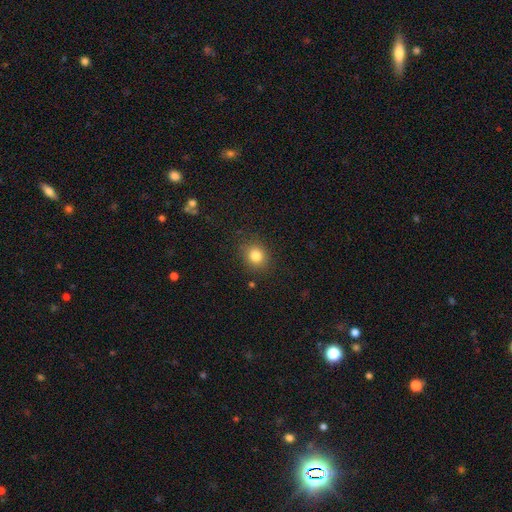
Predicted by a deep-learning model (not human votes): Overall: smooth (82%). How rounded: round (77%). Merging: none (86%).